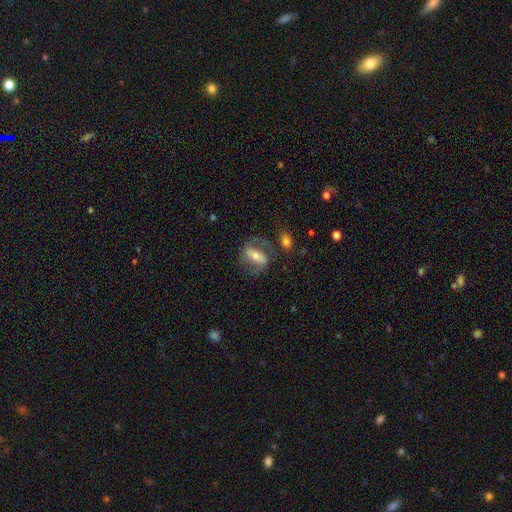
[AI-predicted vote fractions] The model was most divided on "bulge size": moderate: 53%, small: 38%, large: 6%, none: 2%, dominant: 1%. Remaining: edge-on disk — no (90%); spiral arm count — 2 (84%); spiral arms — yes (79%); smooth or featured — featured or disk (71%); merging — none (67%); bar — strong (60%); spiral winding — medium (48%).